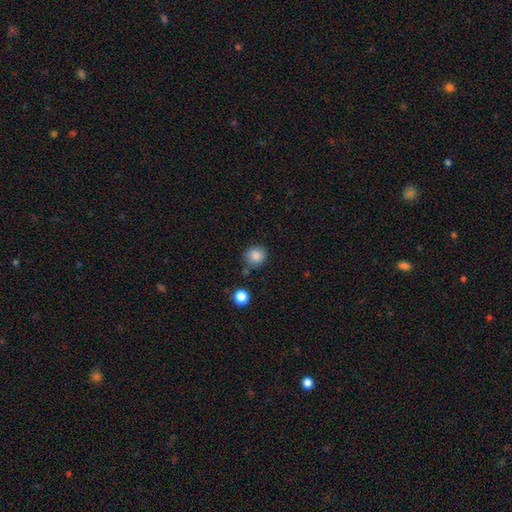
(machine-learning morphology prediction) Overall: smooth (86%). How rounded: round (85%). Merging: none (79%).